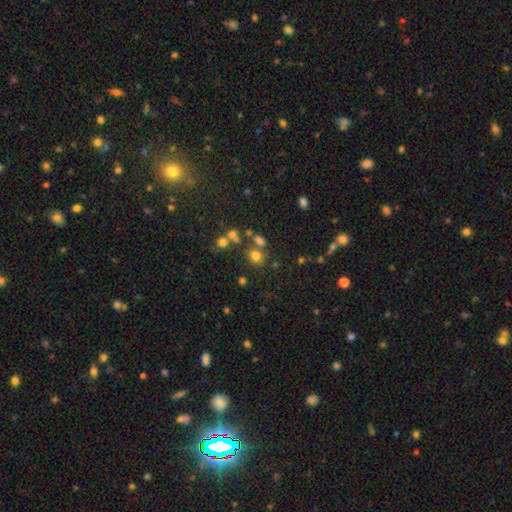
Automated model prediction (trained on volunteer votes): A smooth galaxy with no disk features (73%) that is round (70%).

Vote fractions:
- Smooth or featured? smooth: 73% / star or artifact: 19% / featured or disk: 8%
- How rounded? round: 70% / in between: 29% / cigar-shaped: 1%
- Merging? none: 68% / merger: 17% / minor disturbance: 11% / major disturbance: 5%